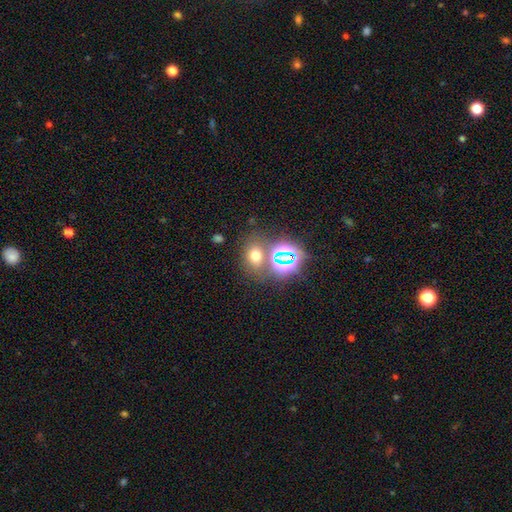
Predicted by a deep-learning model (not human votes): Overall: smooth (58%; star or artifact 33%). How rounded: in between (52%; round 47%). Merging: none (67%).